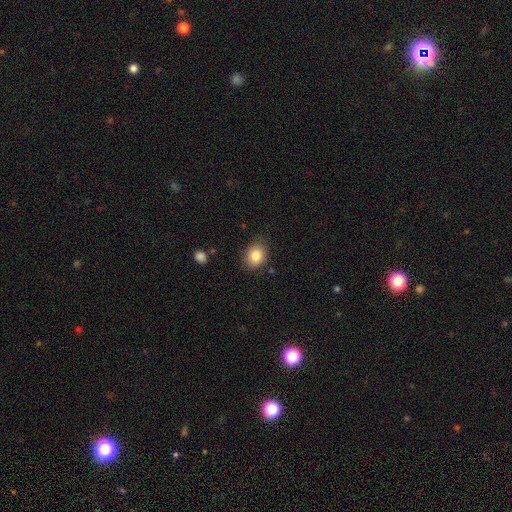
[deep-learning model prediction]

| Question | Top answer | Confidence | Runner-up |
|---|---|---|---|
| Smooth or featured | smooth | 84% | star or artifact (9%) |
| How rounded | in between | 53% | round (46%) |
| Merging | none | 81% | minor disturbance (14%) |